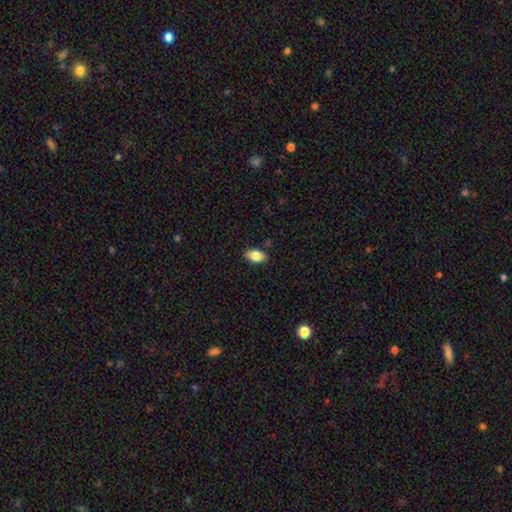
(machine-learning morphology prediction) Smooth or featured: smooth — 83% (featured or disk — 9%)
How rounded: in between — 90% (round — 7%)
Merging: none — 87% (minor disturbance — 10%)